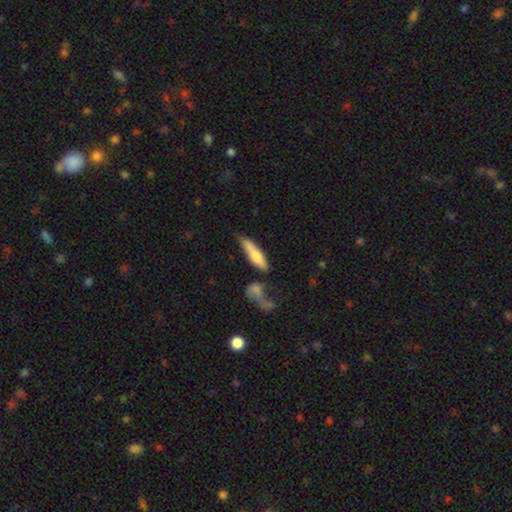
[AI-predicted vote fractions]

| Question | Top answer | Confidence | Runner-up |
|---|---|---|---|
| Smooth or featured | smooth | 69% | featured or disk (25%) |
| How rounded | cigar-shaped | 67% | in between (31%) |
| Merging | none | 44% | minor disturbance (25%) |